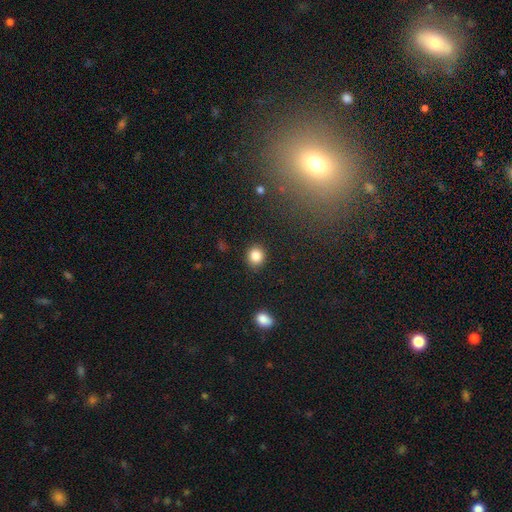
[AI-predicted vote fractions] smooth_or_featured: smooth (p=0.86) [alt: star or artifact p=0.10]
how_rounded: round (p=0.78) [alt: in between p=0.21]
merging: none (p=0.89) [alt: minor disturbance p=0.07]